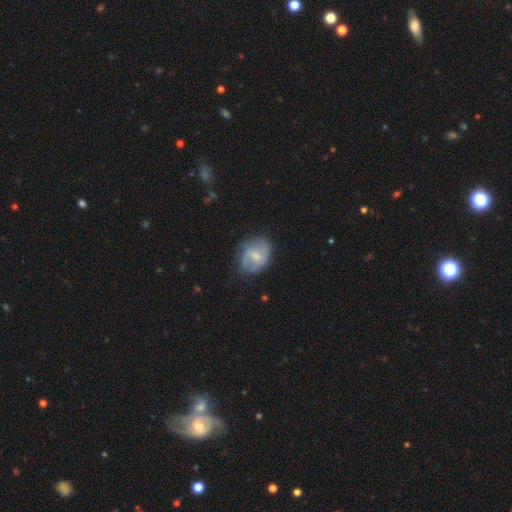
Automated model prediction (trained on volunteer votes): Overall: featured or disk (59%; smooth 35%). Edge-on disk: no (97%). Bar: weak (56%; no 32%). Spiral arms: yes (80%). Bulge size: small (49%; moderate 39%). Merging: none (61%; minor disturbance 26%).